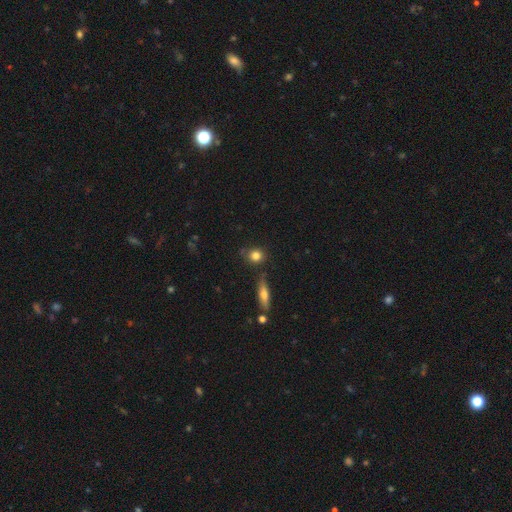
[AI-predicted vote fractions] A smooth galaxy with no disk features (82%) that is round (79%).

Vote fractions:
- Smooth or featured? smooth: 82% / star or artifact: 10% / featured or disk: 8%
- How rounded? round: 79% / in between: 18% / cigar-shaped: 3%
- Merging? none: 76% / minor disturbance: 14% / merger: 7% / major disturbance: 4%